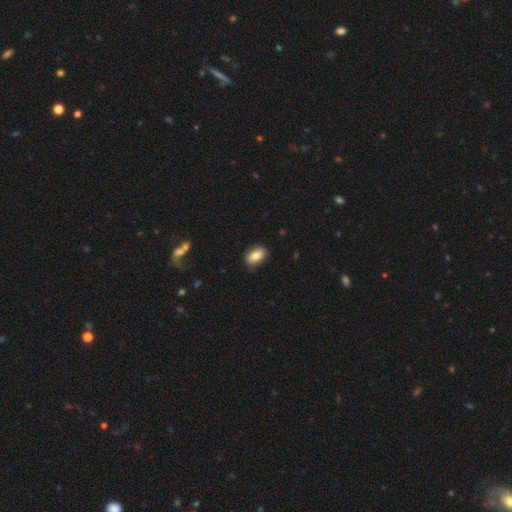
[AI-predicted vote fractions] Smooth or featured?
  - smooth: 83% *
  - featured or disk: 9%
  - star or artifact: 8%
How rounded?
  - in between: 88% *
  - round: 10%
  - cigar-shaped: 2%
Merging?
  - none: 87% *
  - minor disturbance: 10%
  - major disturbance: 2%
  - merger: 1%